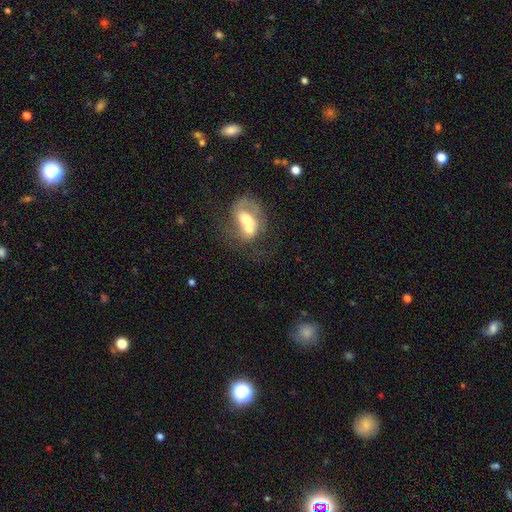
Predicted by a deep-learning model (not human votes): This appears to be a featured or disk galaxy (57%) with a weak bar (38%), spiral arms (65%) and a moderate central bulge (54%). Merging: none (55%).